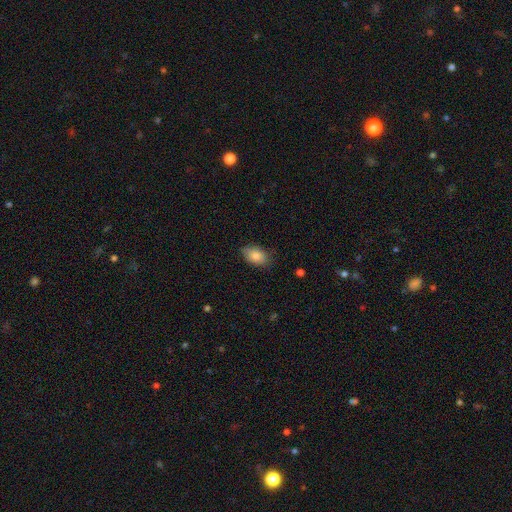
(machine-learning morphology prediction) A smooth galaxy with no disk features (84%) that is in between round and cigar-shaped (89%).

Vote fractions:
- Smooth or featured? smooth: 84% / featured or disk: 9% / star or artifact: 7%
- How rounded? in between: 89% / round: 9% / cigar-shaped: 1%
- Merging? none: 81% / minor disturbance: 15% / major disturbance: 3% / merger: 1%